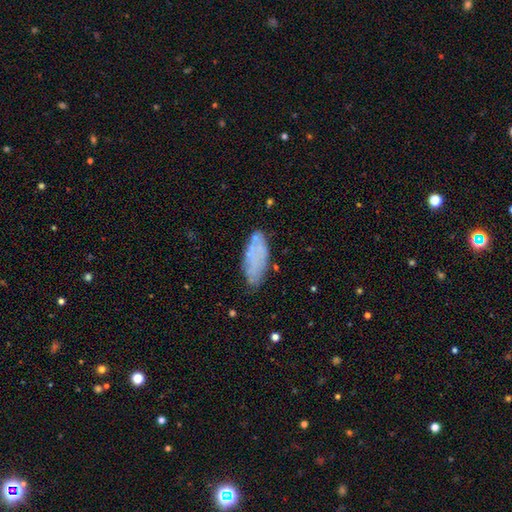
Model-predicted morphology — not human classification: smooth 57%, featured or disk 34%, star or artifact 9%. Down the decision tree: how rounded — in between (78%); merging — none (67%).